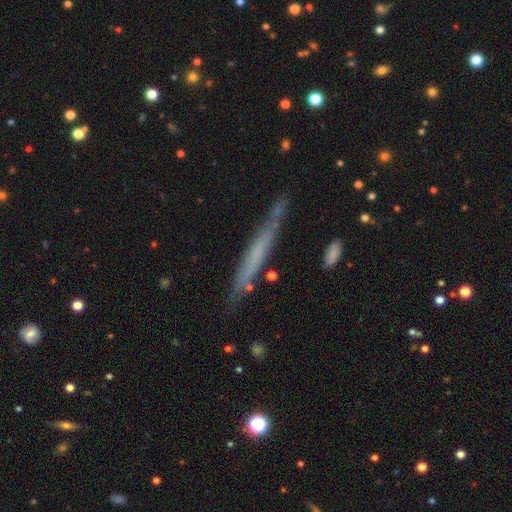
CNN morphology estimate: Smooth or featured? Predicted: featured or disk (p=0.51). Edge-on disk? Predicted: yes (p=0.91). Merging? Predicted: none (p=0.77).